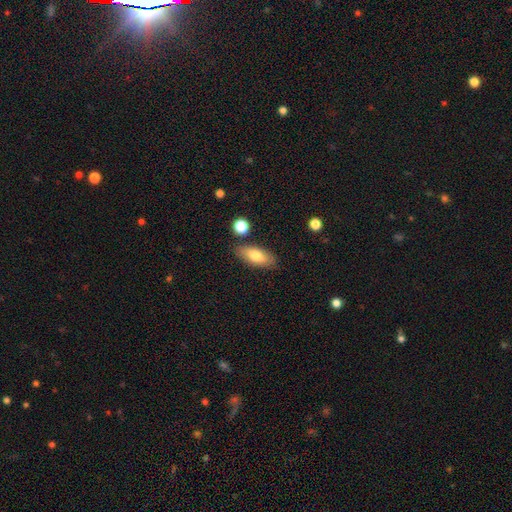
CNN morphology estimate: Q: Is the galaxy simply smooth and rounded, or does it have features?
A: smooth — 75%.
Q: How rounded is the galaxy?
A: in between — 80%.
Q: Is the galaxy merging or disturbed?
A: none — 82%.